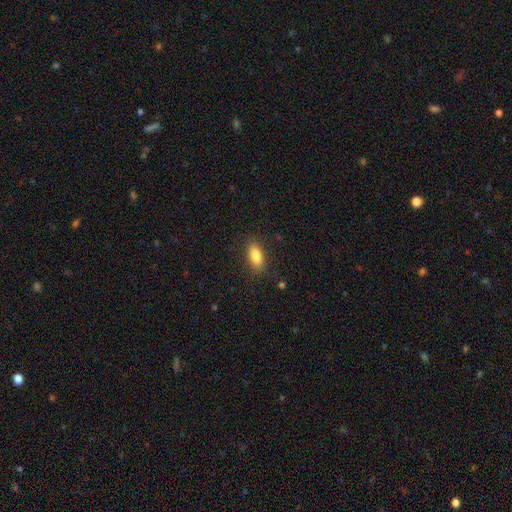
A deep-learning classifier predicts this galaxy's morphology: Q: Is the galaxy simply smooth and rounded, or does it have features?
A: smooth — 83%.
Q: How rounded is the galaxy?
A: in between — 86%.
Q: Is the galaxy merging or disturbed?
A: none — 86%.